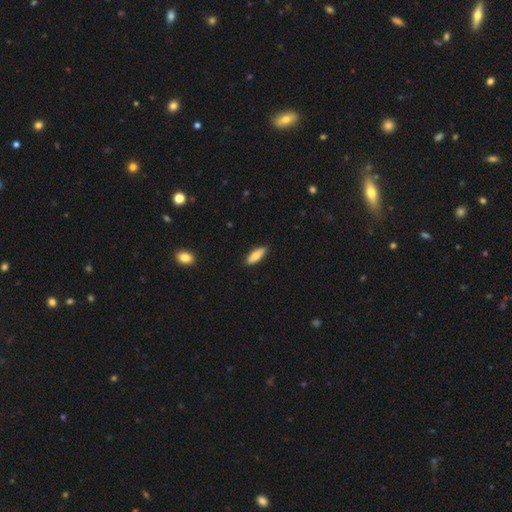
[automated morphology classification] Q: Smooth or featured?
A: smooth (77%); runner-up: featured or disk (17%)
Q: How rounded?
A: in between (55%); runner-up: cigar-shaped (43%)
Q: Merging?
A: none (88%); runner-up: minor disturbance (10%)